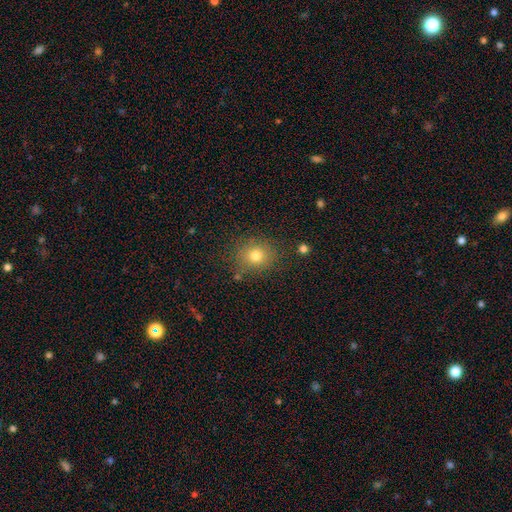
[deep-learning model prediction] smooth-or-featured: smooth: 77% | star or artifact: 13% | featured or disk: 9%
  how-rounded: round: 73% | in between: 26% | cigar-shaped: 1%
  merging: none: 83% | minor disturbance: 11% | major disturbance: 4% | merger: 3%